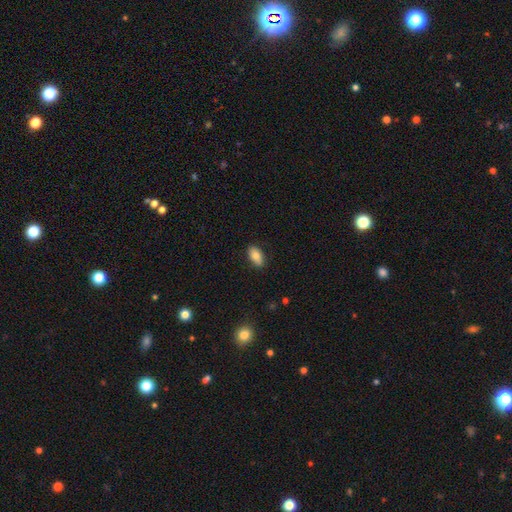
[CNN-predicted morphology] This is likely a smooth galaxy (79%). How rounded: clearly in between (92%). Merging: clearly none (85%).